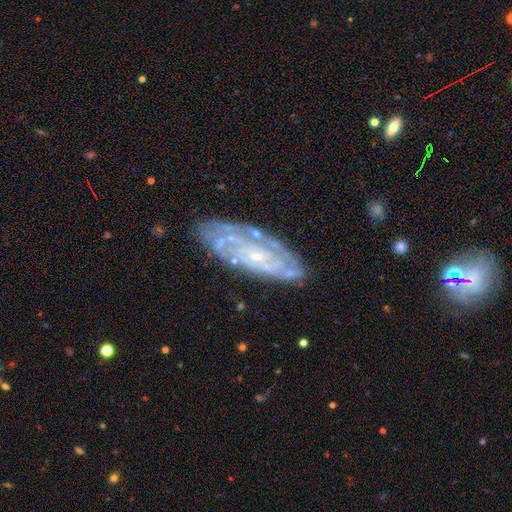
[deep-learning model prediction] Morphology: type=featured or disk (83%); edge-on=no (88%); bar=no (72%); spiral arms=yes (93%); winding=tight (72%); arm count=can't tell (41%); bulge=small (83%); merging=none (77%).